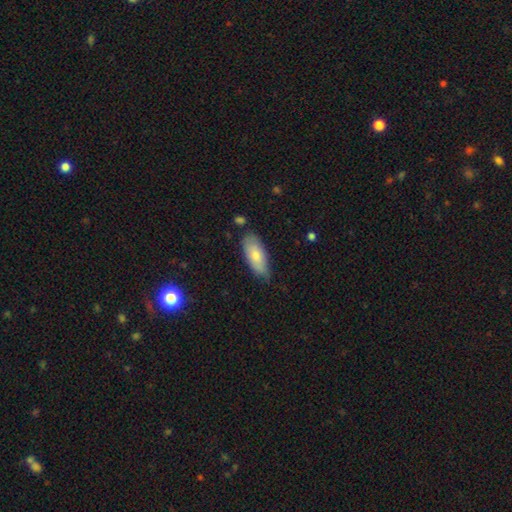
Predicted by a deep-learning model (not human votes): smooth_or_featured: smooth (p=0.74) [alt: featured or disk p=0.20]
how_rounded: in between (p=0.85) [alt: cigar-shaped p=0.13]
merging: none (p=0.67) [alt: minor disturbance p=0.27]